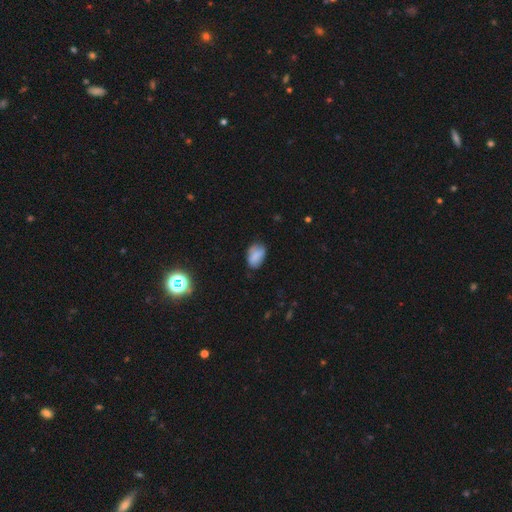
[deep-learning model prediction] A smooth galaxy with no disk features (82%) that is in between round and cigar-shaped (86%).

Vote fractions:
- Smooth or featured? smooth: 82% / star or artifact: 9% / featured or disk: 9%
- How rounded? in between: 86% / round: 13% / cigar-shaped: 1%
- Merging? none: 69% / minor disturbance: 25% / major disturbance: 5% / merger: 2%